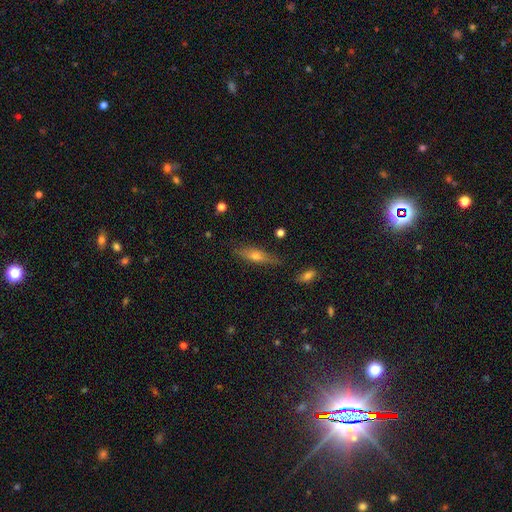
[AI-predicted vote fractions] smooth 50%, featured or disk 41%, star or artifact 9%. Down the decision tree: merging — none (80%).